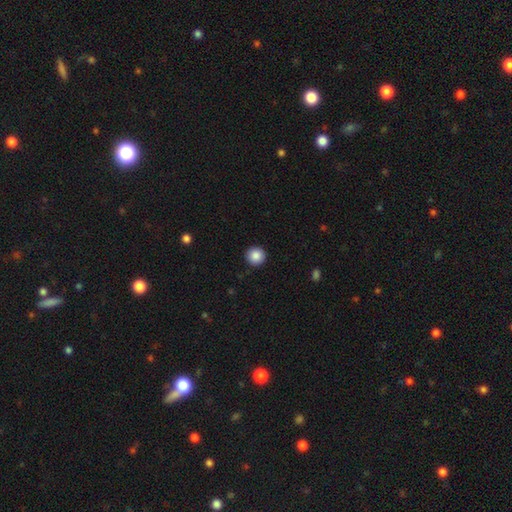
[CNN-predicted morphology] A smooth galaxy with no disk features (88%) that is round (95%). Merging: none (93%).